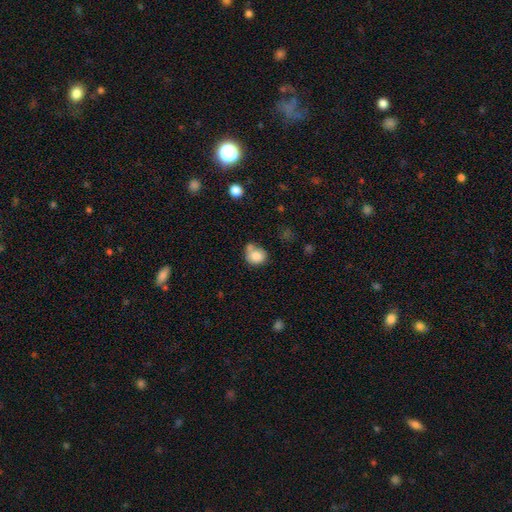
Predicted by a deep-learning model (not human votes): Smooth or featured?
  - smooth: 82% *
  - star or artifact: 9%
  - featured or disk: 9%
How rounded?
  - round: 74% *
  - in between: 25%
  - cigar-shaped: 1%
Merging?
  - none: 46% *
  - merger: 27%
  - minor disturbance: 20%
  - major disturbance: 8%